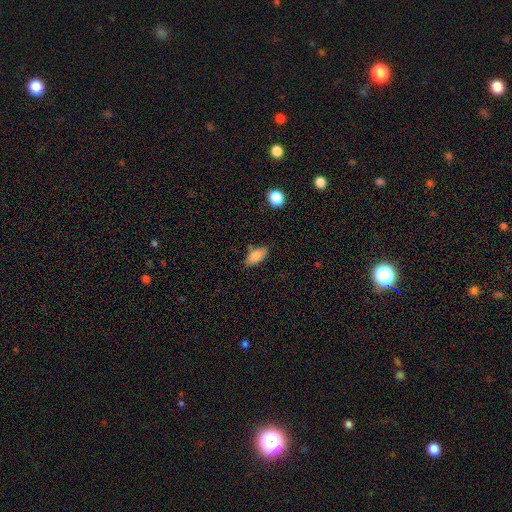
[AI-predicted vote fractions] This appears to be a smooth galaxy with no disk features (84%) that is in between round and cigar-shaped (88%). Merging: none (75%).